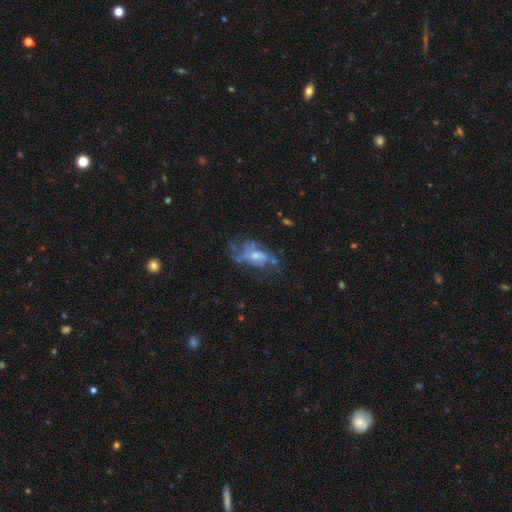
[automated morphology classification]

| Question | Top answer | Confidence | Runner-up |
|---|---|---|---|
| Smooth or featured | featured or disk | 72% | smooth (18%) |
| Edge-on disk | no | 96% | yes (4%) |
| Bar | no | 59% | weak (34%) |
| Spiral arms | yes | 65% | no (35%) |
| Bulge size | moderate | 47% | small (41%) |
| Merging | none | 42% | major disturbance (32%) |